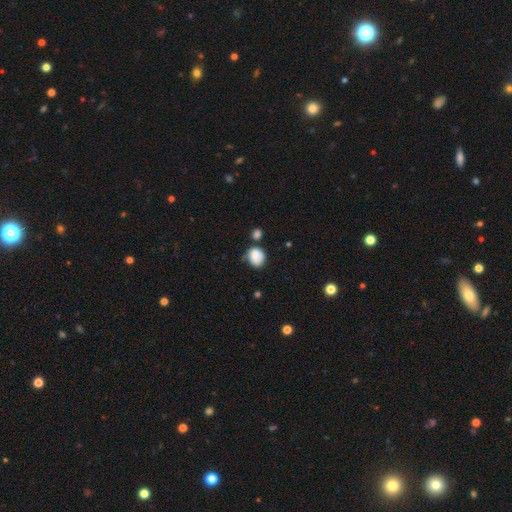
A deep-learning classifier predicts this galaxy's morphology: smooth 80%, featured or disk 11%, star or artifact 8%. Down the decision tree: how rounded — round (65%); merging — none (48%).